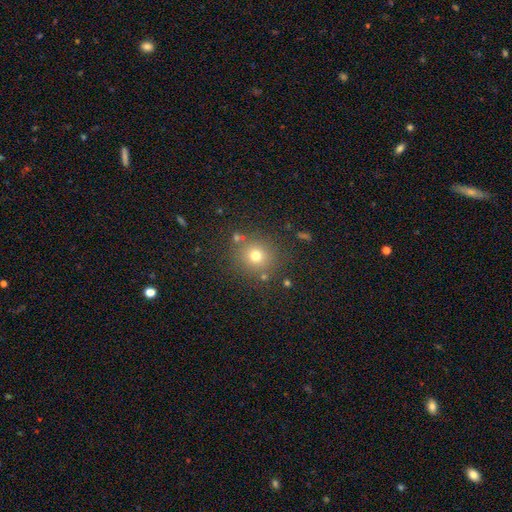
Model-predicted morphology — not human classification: smooth_or_featured: smooth (p=0.71) [alt: star or artifact p=0.18]
how_rounded: round (p=0.90) [alt: in between p=0.09]
merging: none (p=0.83) [alt: minor disturbance p=0.09]